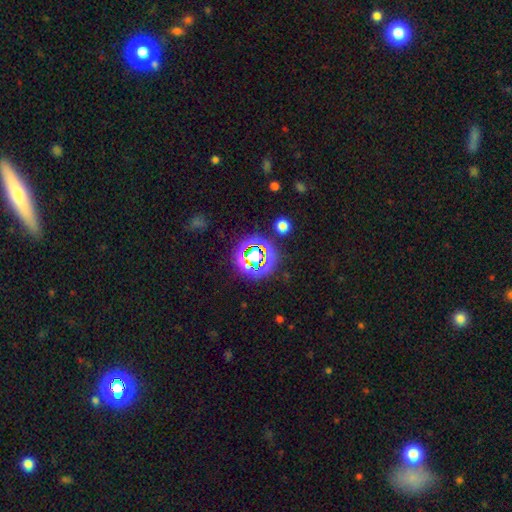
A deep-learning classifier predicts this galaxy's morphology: A star or artifact, not a galaxy (65%).